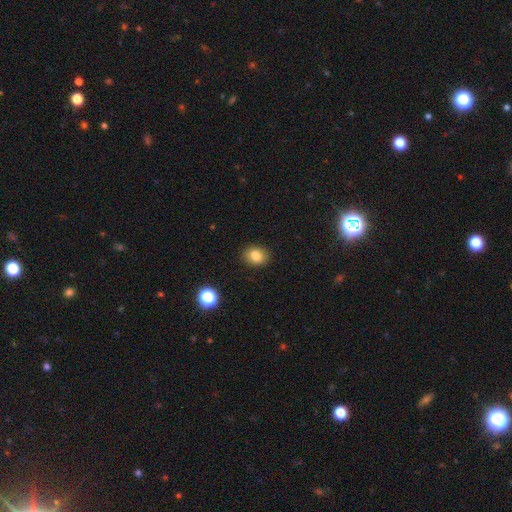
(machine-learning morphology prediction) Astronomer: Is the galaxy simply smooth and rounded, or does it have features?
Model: smooth — 81%.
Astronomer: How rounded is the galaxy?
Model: in between — 51% (runner-up: round, 48%).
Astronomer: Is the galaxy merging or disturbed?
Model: none — 87%.